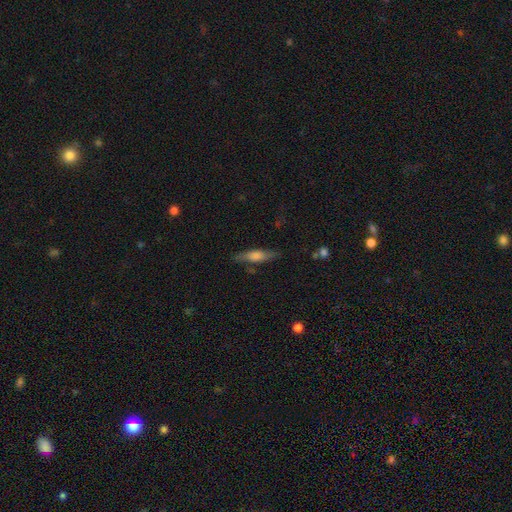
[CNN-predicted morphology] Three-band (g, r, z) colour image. It shows a smooth galaxy with no disk features (51%) that is cigar-shaped (71%). Merging: none (79%).